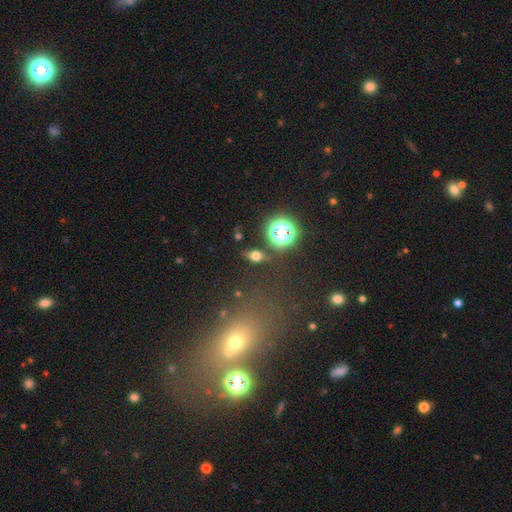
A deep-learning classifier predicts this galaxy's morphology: Smooth or featured?
  - smooth: 47% *
  - star or artifact: 28%
  - featured or disk: 24%
Merging?
  - none: 78% *
  - minor disturbance: 12%
  - merger: 5%
  - major disturbance: 5%